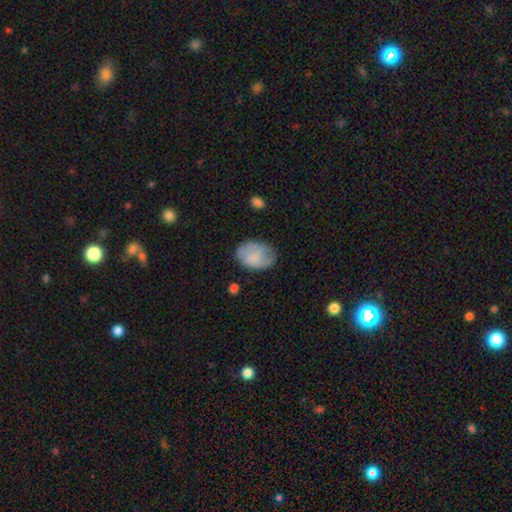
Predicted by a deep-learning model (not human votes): This appears to be a smooth galaxy with no disk features (51%) that is in between round and cigar-shaped (76%). Merging: none (68%).